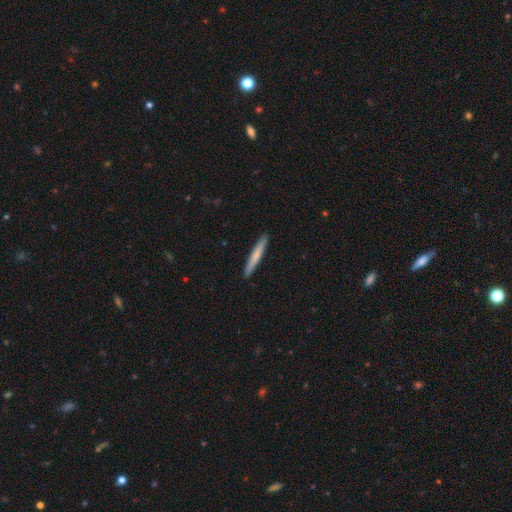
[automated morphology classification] Q: Smooth or featured?
A: smooth (69%); runner-up: featured or disk (26%)
Q: How rounded?
A: cigar-shaped (96%); runner-up: in between (3%)
Q: Merging?
A: none (92%); runner-up: minor disturbance (6%)